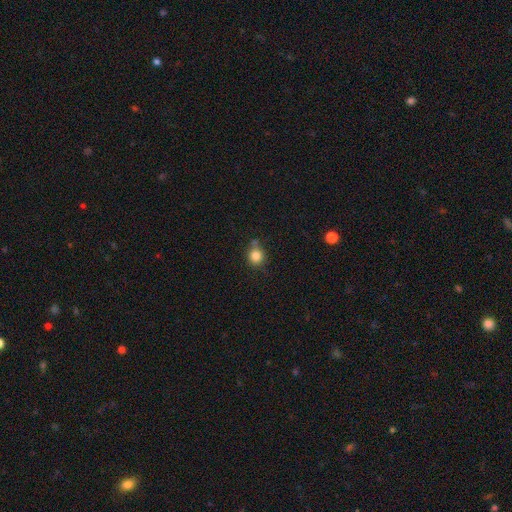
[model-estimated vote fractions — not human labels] Smooth or featured: smooth — 83% (star or artifact — 11%)
How rounded: round — 86% (in between — 13%)
Merging: none — 68% (minor disturbance — 17%)